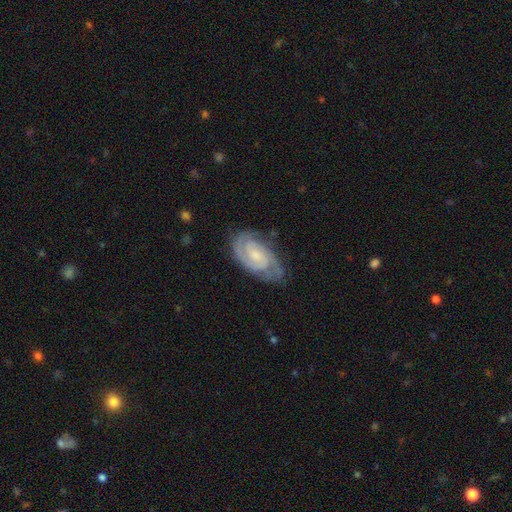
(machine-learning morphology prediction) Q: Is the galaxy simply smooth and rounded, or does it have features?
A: featured or disk — 89%.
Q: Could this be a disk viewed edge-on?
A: no — 97%.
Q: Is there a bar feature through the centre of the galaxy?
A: no — 51%.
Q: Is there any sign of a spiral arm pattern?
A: yes — 98%.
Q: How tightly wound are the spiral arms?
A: tight — 62%.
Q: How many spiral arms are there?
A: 2 — 79%.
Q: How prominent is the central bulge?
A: small — 53%.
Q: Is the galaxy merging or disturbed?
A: none — 76%.